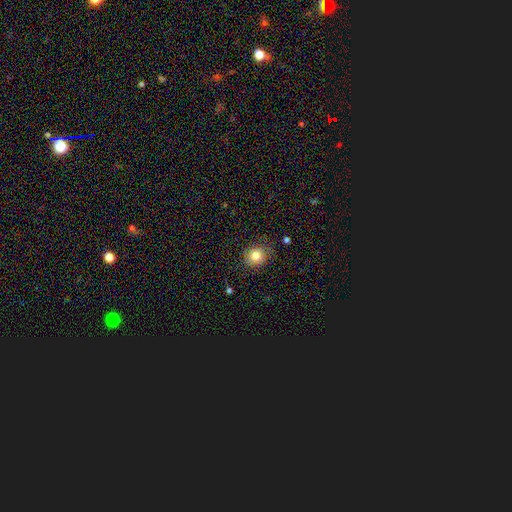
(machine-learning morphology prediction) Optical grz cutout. It shows a smooth galaxy with no disk features (82%) that is round (78%). Merging: none (79%).